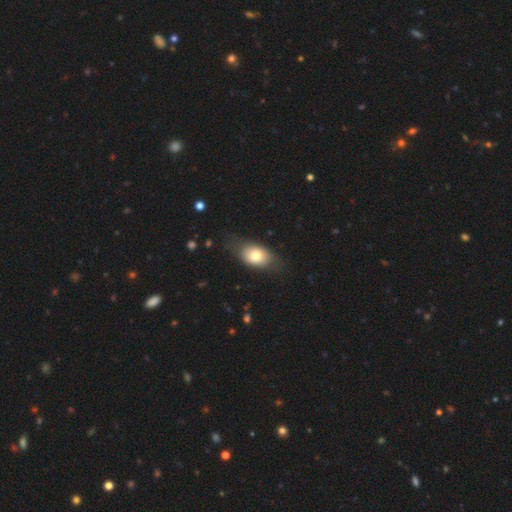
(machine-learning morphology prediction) Overall: smooth (74%). How rounded: in between (81%). Merging: none (66%).